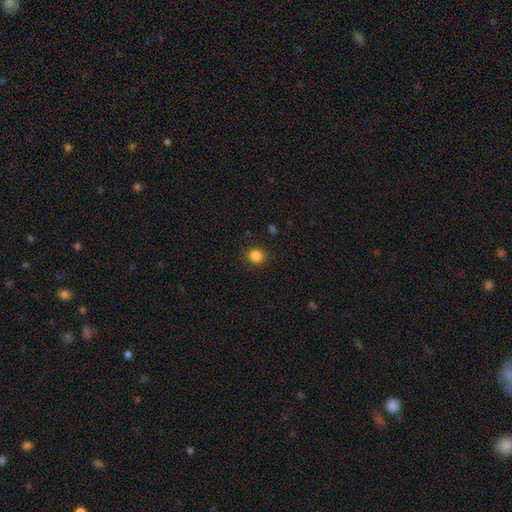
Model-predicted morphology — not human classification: A smooth galaxy with no disk features (85%) that is round (87%). Merging: none (90%).